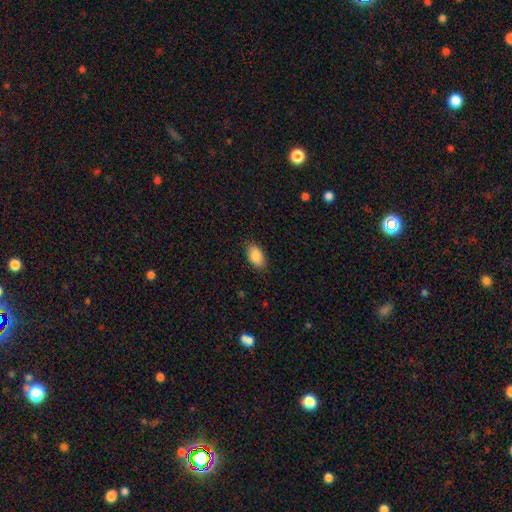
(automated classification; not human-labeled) smooth-or-featured: smooth: 87% | star or artifact: 7% | featured or disk: 6%
  how-rounded: in between: 92% | round: 7% | cigar-shaped: 2%
  merging: none: 84% | minor disturbance: 13% | major disturbance: 3% | merger: 1%